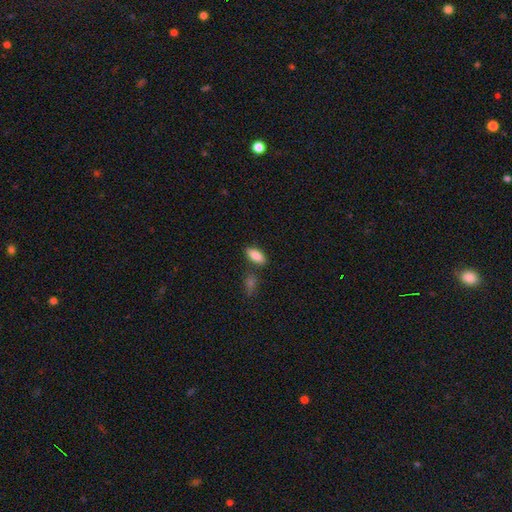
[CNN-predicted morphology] smooth_or_featured: smooth (p=0.87) [alt: star or artifact p=0.07]
how_rounded: in between (p=0.85) [alt: cigar-shaped p=0.13]
merging: none (p=0.77) [alt: minor disturbance p=0.12]